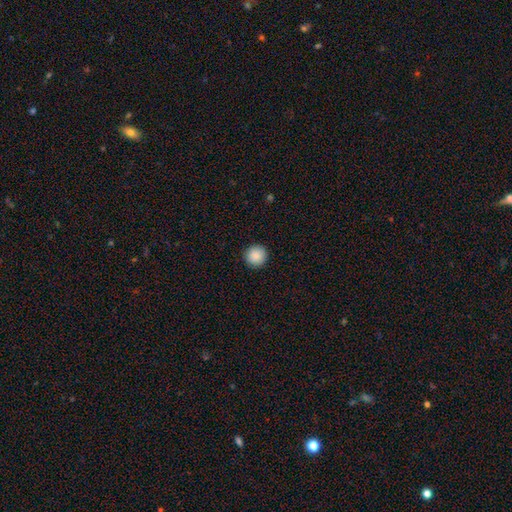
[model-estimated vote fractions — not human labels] A smooth galaxy with no disk features (89%) that is round (96%). Merging: none (93%).